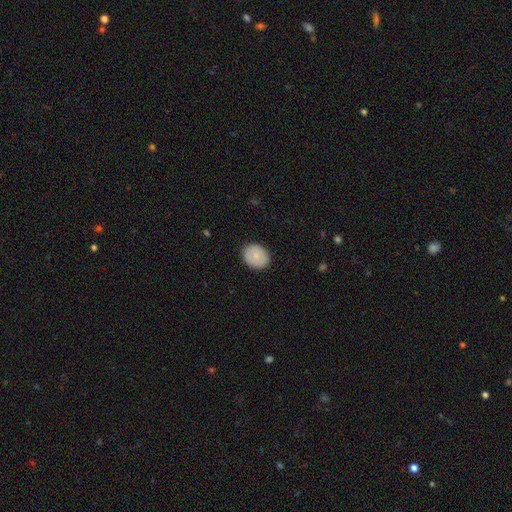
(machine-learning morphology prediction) A smooth galaxy with no disk features (75%) that is round (56%).

Vote fractions:
- Smooth or featured? smooth: 75% / featured or disk: 18% / star or artifact: 7%
- How rounded? round: 56% / in between: 43% / cigar-shaped: 1%
- Merging? none: 88% / minor disturbance: 9% / major disturbance: 2% / merger: 1%